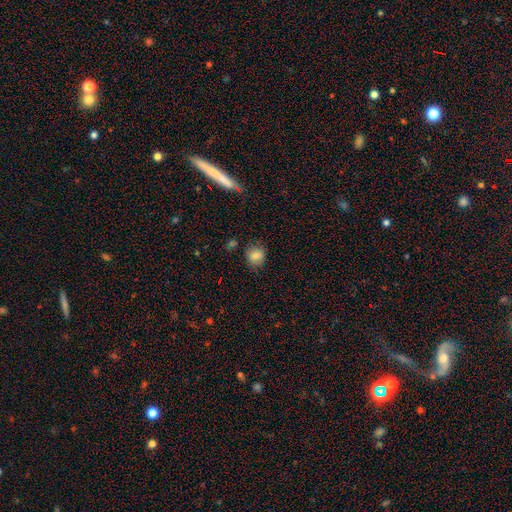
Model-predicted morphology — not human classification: Smooth or featured? smooth (81%)
How rounded? round (69%)
Merging? none (79%)